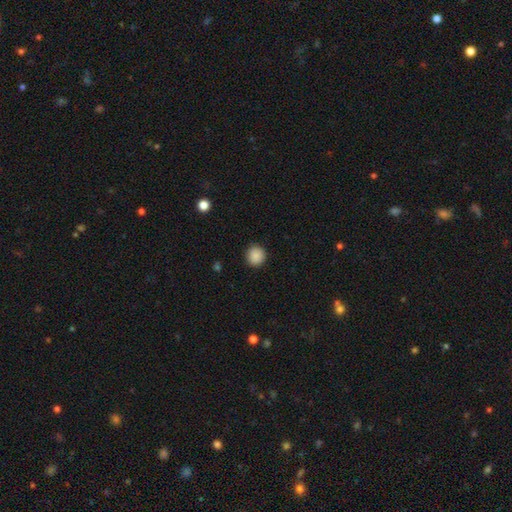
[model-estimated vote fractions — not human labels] Smooth or featured: smooth — 89% (star or artifact — 9%)
How rounded: round — 91% (in between — 8%)
Merging: none — 91% (minor disturbance — 6%)